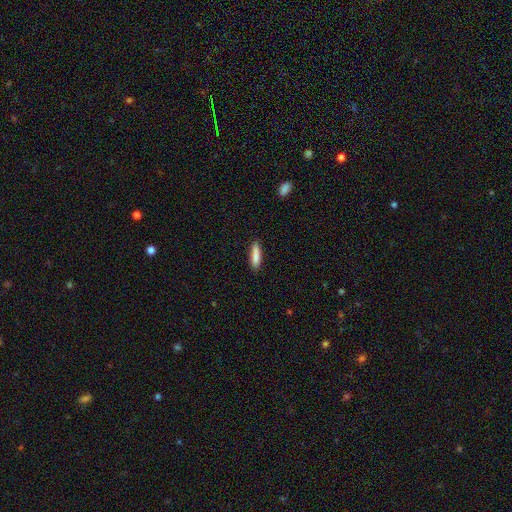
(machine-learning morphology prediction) A smooth galaxy with no disk features (86%) that is cigar-shaped (78%).

Vote fractions:
- Smooth or featured? smooth: 86% / featured or disk: 8% / star or artifact: 6%
- How rounded? cigar-shaped: 78% / in between: 21% / round: 1%
- Merging? none: 88% / minor disturbance: 9% / major disturbance: 2% / merger: 1%